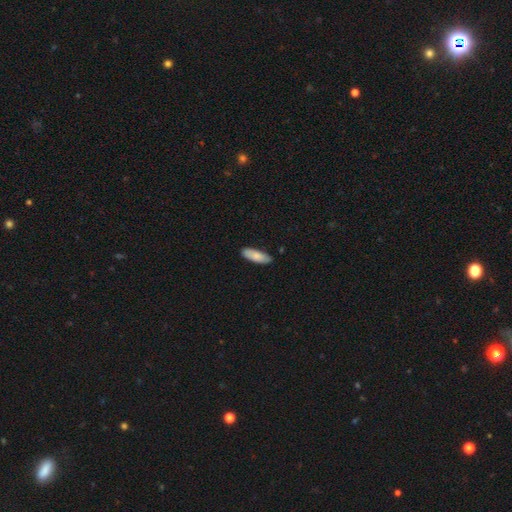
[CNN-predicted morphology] smooth_or_featured: smooth (p=0.82) [alt: featured or disk p=0.12]
how_rounded: in between (p=0.69) [alt: cigar-shaped p=0.29]
merging: none (p=0.82) [alt: minor disturbance p=0.15]